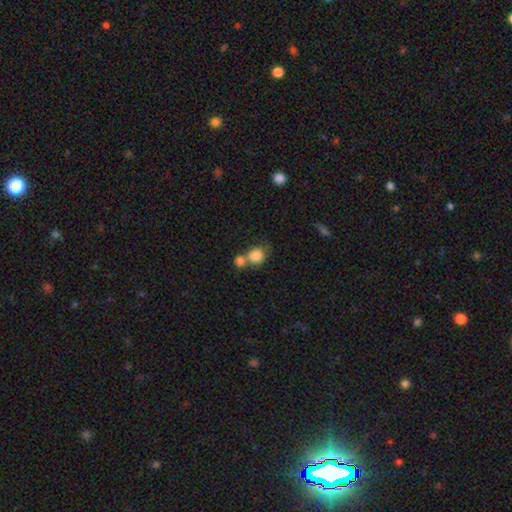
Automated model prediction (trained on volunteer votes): Morphology: type=smooth (82%); roundness=round (73%); merging=merger (55%).